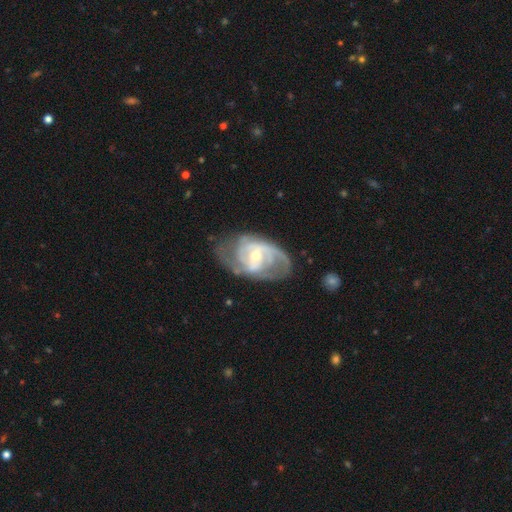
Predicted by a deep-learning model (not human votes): This is clearly a featured or disk galaxy (87%). It is clearly not viewed edge-on (96%). Bar: possibly weak (47%). Spiral arm pattern: clearly yes (94%). Spiral arm count: possibly 2 (51%). Spiral winding: marginally medium (45%). Central bulge: possibly moderate (50%). Merging: likely none (62%).